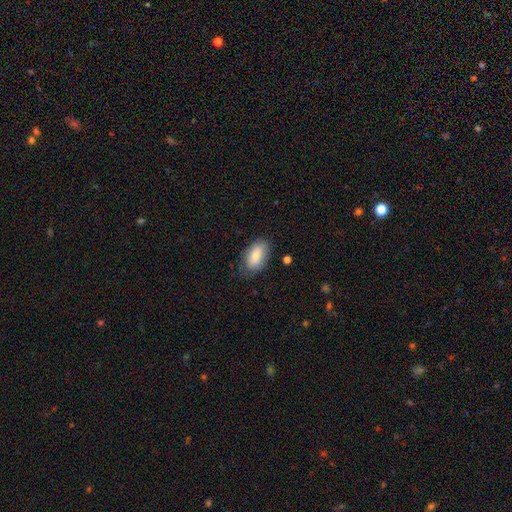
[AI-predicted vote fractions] This appears to be a smooth galaxy with no disk features (77%) that is in between round and cigar-shaped (92%). Merging: none (73%).